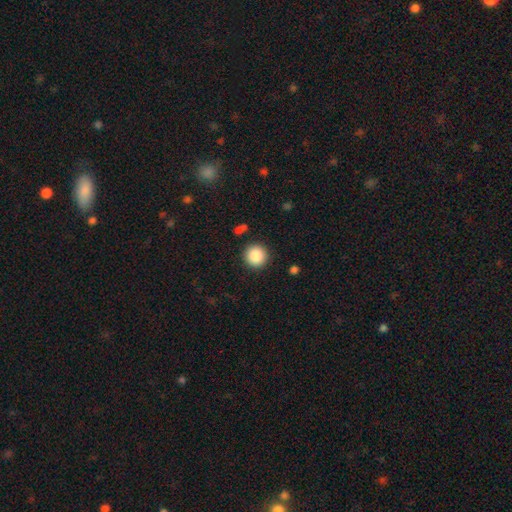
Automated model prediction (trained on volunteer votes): A smooth galaxy with no disk features (87%) that is round (94%).

Vote fractions:
- Smooth or featured? smooth: 87% / star or artifact: 9% / featured or disk: 4%
- How rounded? round: 94% / in between: 5% / cigar-shaped: 1%
- Merging? none: 90% / minor disturbance: 6% / major disturbance: 2% / merger: 2%